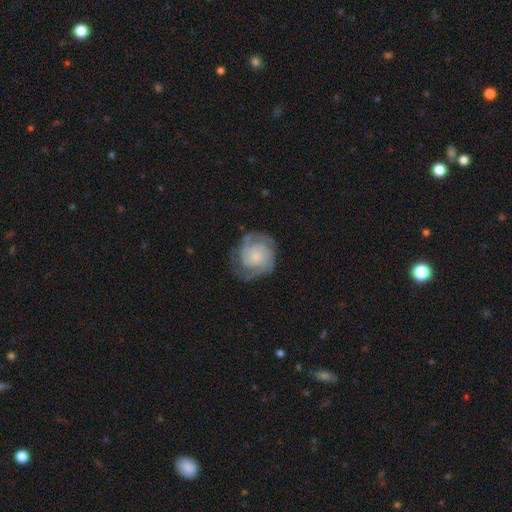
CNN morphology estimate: Q: Smooth or featured?
A: featured or disk (81%); runner-up: smooth (14%)
Q: Edge-on disk?
A: no (98%); runner-up: yes (2%)
Q: Bar?
A: no (77%); runner-up: weak (19%)
Q: Spiral arms?
A: yes (95%); runner-up: no (5%)
Q: Spiral winding?
A: tight (58%); runner-up: medium (34%)
Q: Spiral arm count?
A: 2 (48%); runner-up: 3 (22%)
Q: Bulge size?
A: small (63%); runner-up: moderate (17%)
Q: Merging?
A: none (71%); runner-up: minor disturbance (18%)